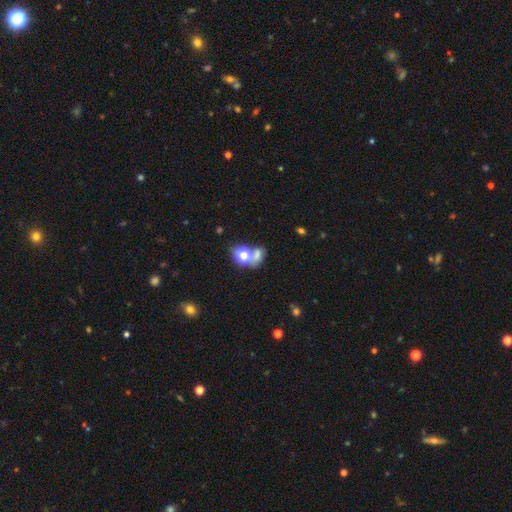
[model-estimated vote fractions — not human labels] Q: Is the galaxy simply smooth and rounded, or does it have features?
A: smooth — 65%.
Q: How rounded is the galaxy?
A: in between — 52%.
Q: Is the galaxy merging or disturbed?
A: merger — 52%.